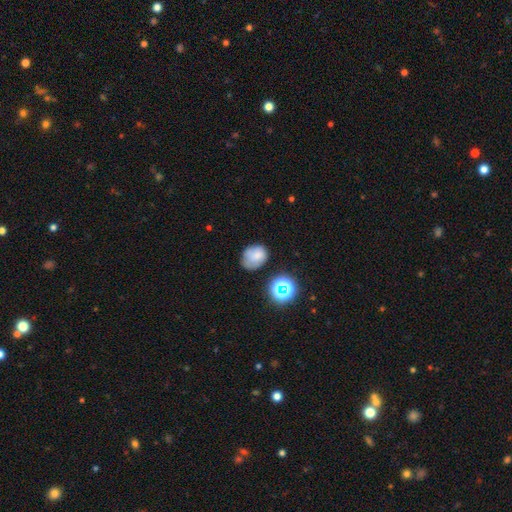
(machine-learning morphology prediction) Smooth or featured: smooth — 69% (featured or disk — 17%)
How rounded: in between — 51% (round — 48%)
Merging: none — 60% (minor disturbance — 27%)